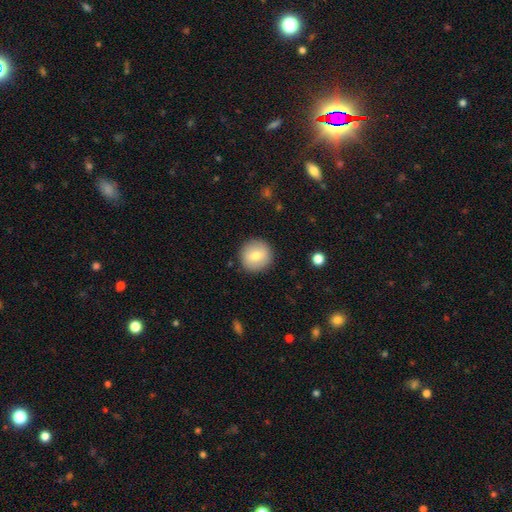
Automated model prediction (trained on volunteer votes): Q: Smooth or featured?
A: smooth (74%); runner-up: featured or disk (18%)
Q: How rounded?
A: round (95%); runner-up: in between (4%)
Q: Merging?
A: none (90%); runner-up: minor disturbance (7%)